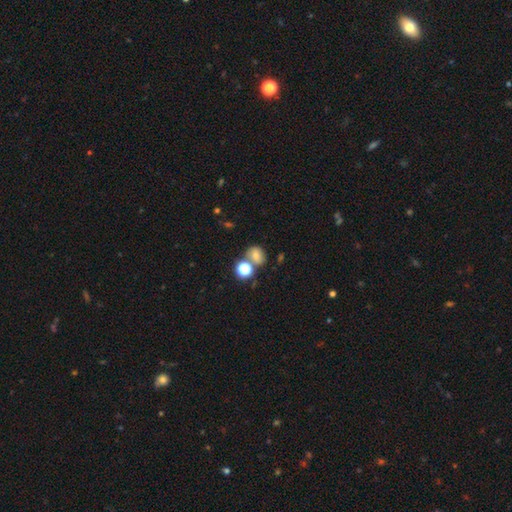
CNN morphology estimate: Smooth or featured? smooth (66%)
How rounded? round (65%)
Merging? none (54%)